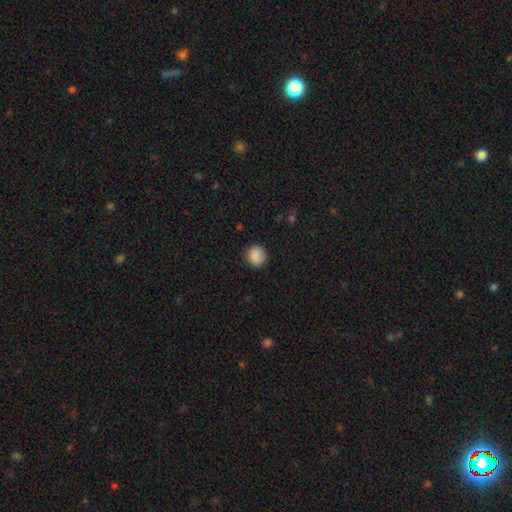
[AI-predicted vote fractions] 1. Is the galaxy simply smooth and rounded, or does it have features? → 88% smooth, 9% star or artifact, 3% featured or disk.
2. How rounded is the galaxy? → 78% round, 21% in between, 1% cigar-shaped.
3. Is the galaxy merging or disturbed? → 86% none, 10% minor disturbance, 3% major disturbance, 1% merger.